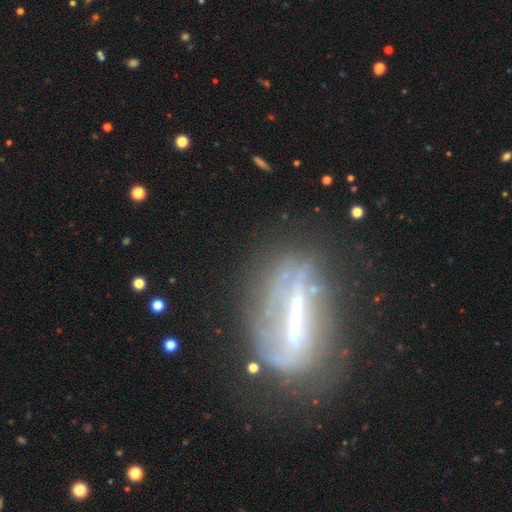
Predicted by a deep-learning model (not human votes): featured or disk 69%, smooth 19%, star or artifact 12%. Down the decision tree: edge-on disk — no (65%); merging — none (54%).